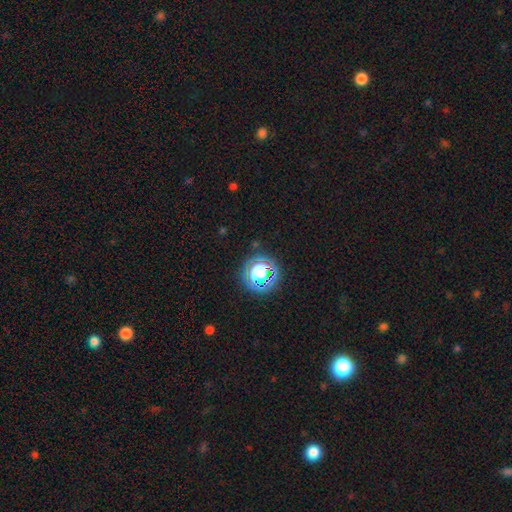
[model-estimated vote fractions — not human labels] Smooth or featured? Predicted: star or artifact (p=0.75).